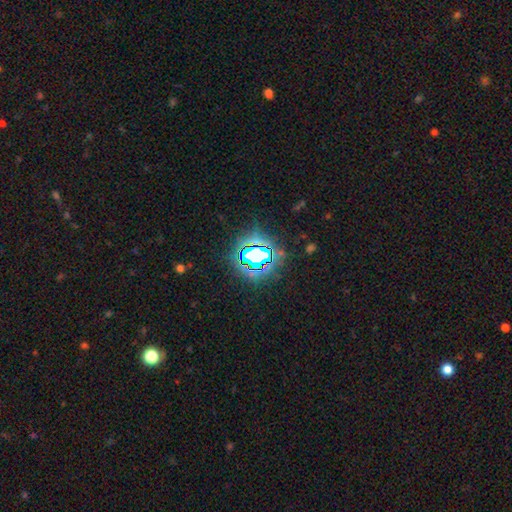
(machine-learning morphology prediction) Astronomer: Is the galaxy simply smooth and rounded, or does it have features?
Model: star or artifact — 72%.